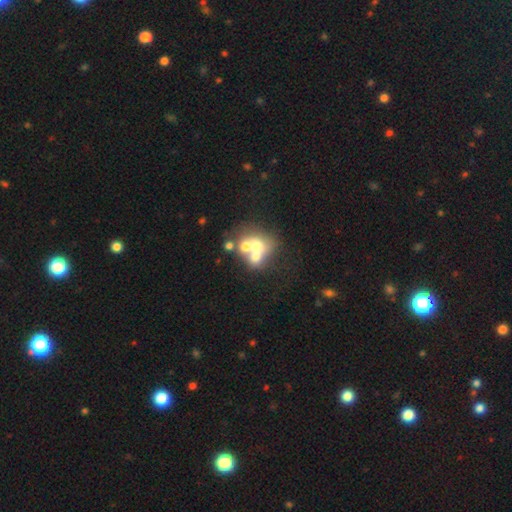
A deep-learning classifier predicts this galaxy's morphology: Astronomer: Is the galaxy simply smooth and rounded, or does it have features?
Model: smooth — 52% (runner-up: featured or disk, 34%).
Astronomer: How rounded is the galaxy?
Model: round — 65%.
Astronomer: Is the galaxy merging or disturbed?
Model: merger — 61%.